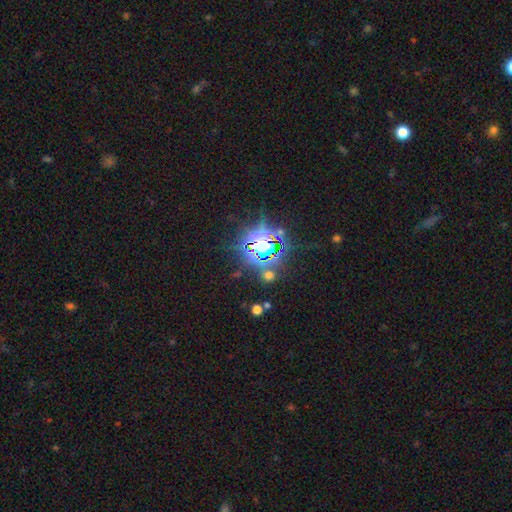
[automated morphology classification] Smooth or featured? star or artifact (83%)